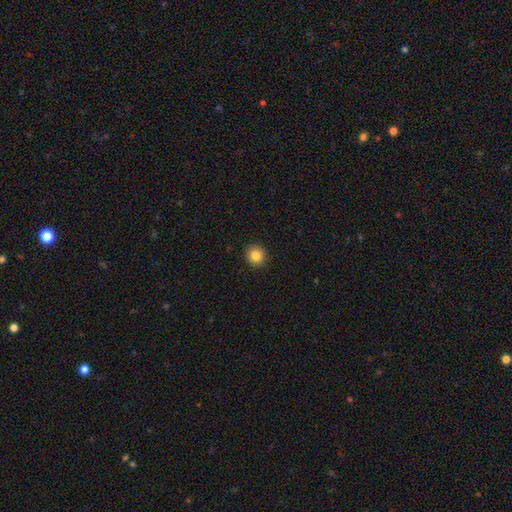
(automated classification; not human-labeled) A smooth galaxy with no disk features (85%) that is round (92%).

Vote fractions:
- Smooth or featured? smooth: 85% / star or artifact: 11% / featured or disk: 5%
- How rounded? round: 92% / in between: 7% / cigar-shaped: 1%
- Merging? none: 93% / minor disturbance: 5% / major disturbance: 2% / merger: 1%